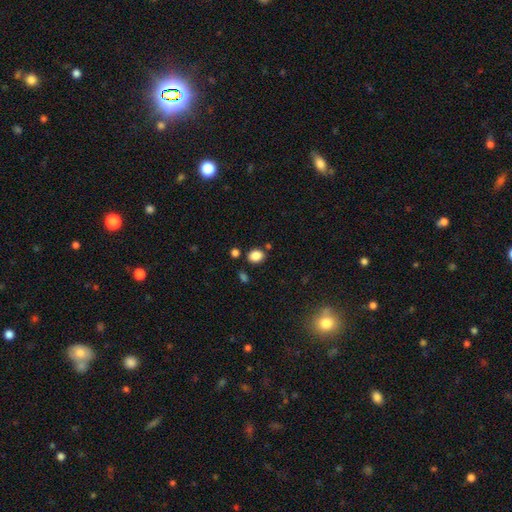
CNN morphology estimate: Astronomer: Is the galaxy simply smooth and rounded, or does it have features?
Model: smooth — 86%.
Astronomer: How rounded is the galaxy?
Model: in between — 56% (runner-up: round, 43%).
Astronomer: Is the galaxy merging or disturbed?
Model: none — 80%.